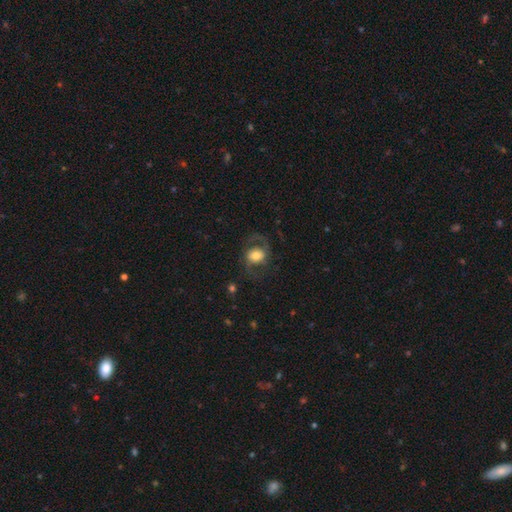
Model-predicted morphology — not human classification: A featured or disk galaxy (58%) with no bar (59%), spiral arms (81%) and a moderate central bulge (53%). Merging: none (66%).